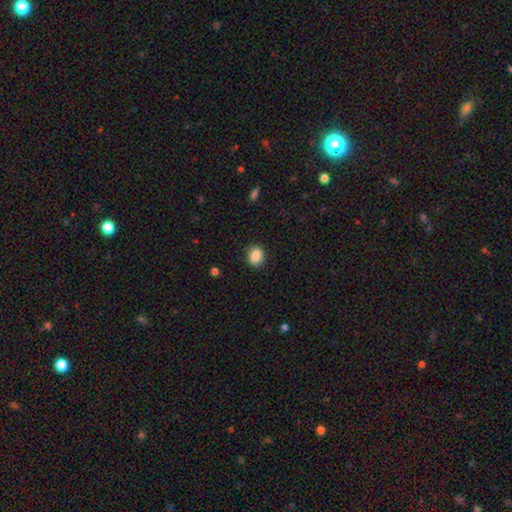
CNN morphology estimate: Smooth or featured? smooth (88%)
How rounded? round (55%)
Merging? none (87%)